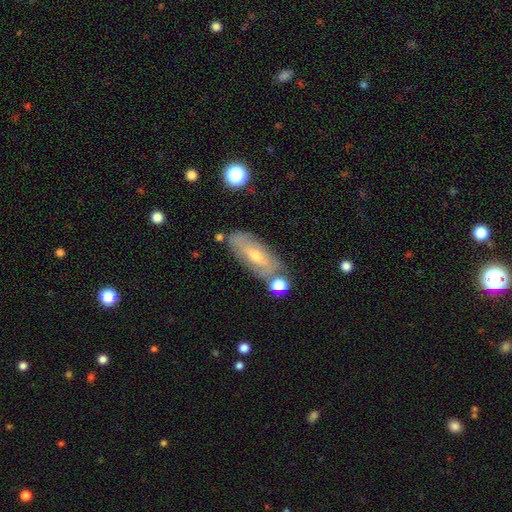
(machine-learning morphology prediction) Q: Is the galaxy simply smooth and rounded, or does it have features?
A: featured or disk — 56%.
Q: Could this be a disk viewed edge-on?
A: no — 78%.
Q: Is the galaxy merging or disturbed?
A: none — 69%.